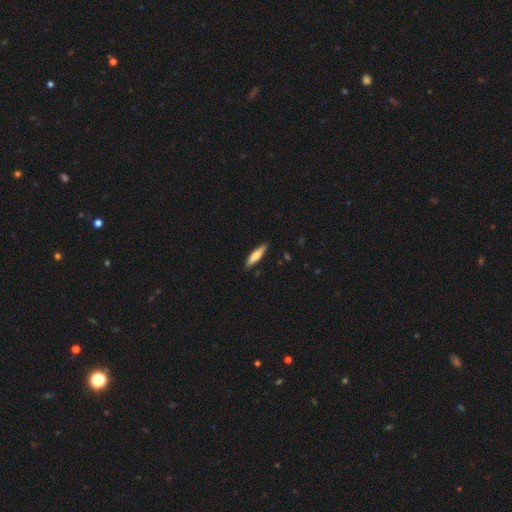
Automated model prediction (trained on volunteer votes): A smooth galaxy with no disk features (71%) that is cigar-shaped (76%). Merging: none (87%).